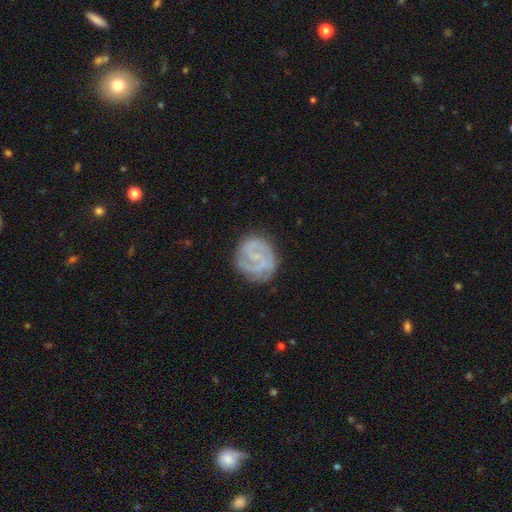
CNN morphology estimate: Smooth or featured?
  - featured or disk: 79% *
  - smooth: 15%
  - star or artifact: 6%
Edge-on disk?
  - no: 98% *
  - yes: 2%
Bar?
  - no: 48% *
  - weak: 42%
  - strong: 9%
Spiral arms?
  - yes: 93% *
  - no: 7%
Spiral winding?
  - tight: 52% *
  - medium: 37%
  - loose: 10%
Spiral arm count?
  - 2: 44% *
  - 3: 23%
  - can't tell: 19%
  - 4: 5%
  - 1: 5%
  - more than 4: 4%
Bulge size?
  - small: 59% *
  - none: 30%
  - moderate: 10%
  - large: 1%
  - dominant: 1%
Merging?
  - none: 77% *
  - minor disturbance: 15%
  - major disturbance: 6%
  - merger: 1%